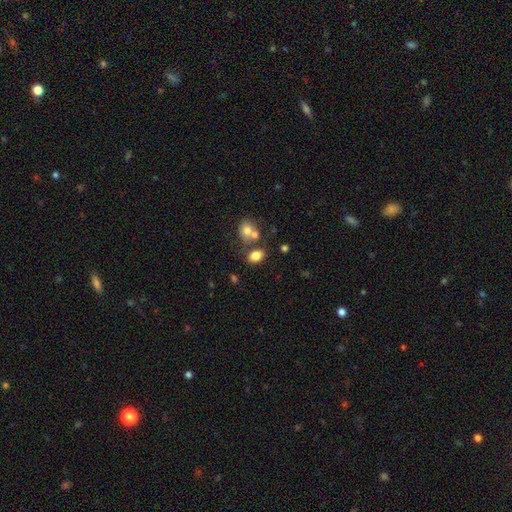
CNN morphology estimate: type=smooth (80%); roundness=in between (76%); merging=none (58%).